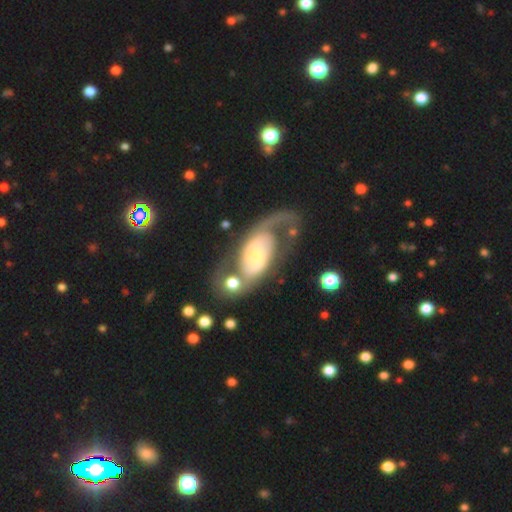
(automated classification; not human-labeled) smooth-or-featured: featured or disk: 77% | smooth: 18% | star or artifact: 5%
  disk-edge-on: no: 94% | yes: 6%
    bar: no: 58% | weak: 30% | strong: 12%
    has-spiral-arms: yes: 82% | no: 18%
      spiral-winding: loose: 42% | medium: 39% | tight: 19%
      spiral-arm-count: 2: 73% | 1: 13% | can't tell: 10% | 3: 2% | 4: 1% | more than 4: 1%
    bulge-size: moderate: 46% | small: 41% | large: 9% | dominant: 2% | none: 2%
  merging: none: 44% | major disturbance: 24% | minor disturbance: 17% | merger: 16%